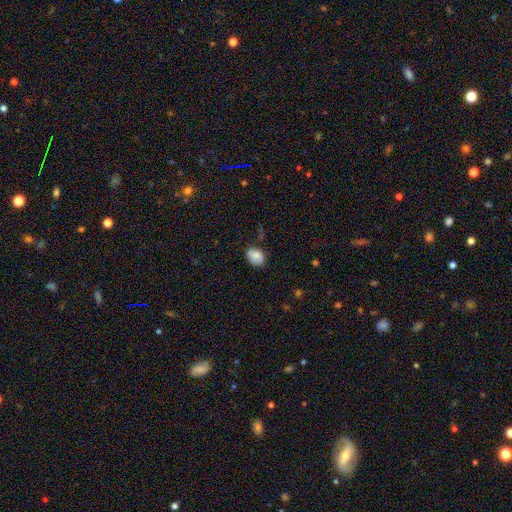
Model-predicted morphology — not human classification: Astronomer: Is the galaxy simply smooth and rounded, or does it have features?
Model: smooth — 80%.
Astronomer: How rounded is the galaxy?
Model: in between — 72%.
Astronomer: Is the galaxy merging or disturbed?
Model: none — 71%.